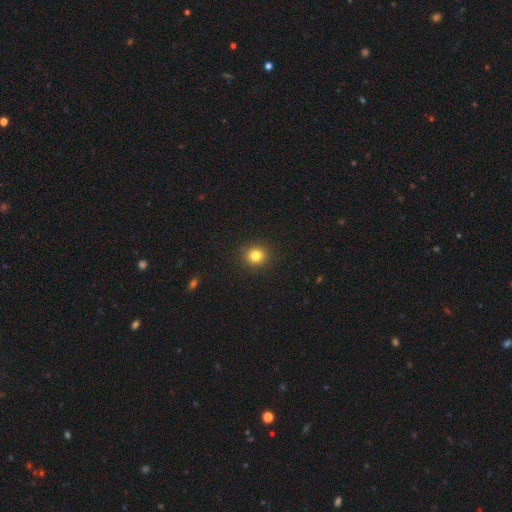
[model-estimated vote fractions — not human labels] Smooth or featured? smooth (82%)
How rounded? round (89%)
Merging? none (92%)